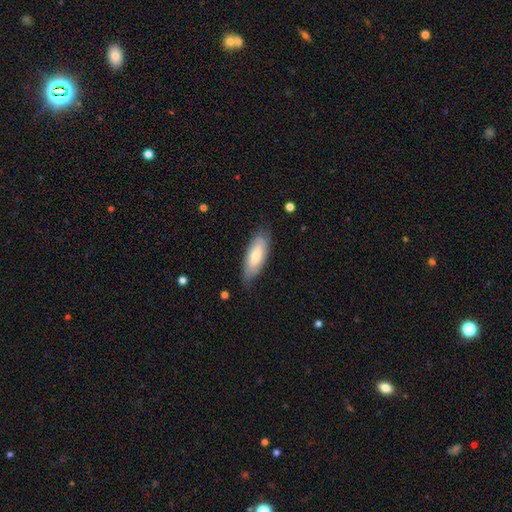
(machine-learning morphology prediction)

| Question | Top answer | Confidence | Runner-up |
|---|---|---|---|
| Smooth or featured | smooth | 69% | featured or disk (26%) |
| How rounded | in between | 75% | cigar-shaped (23%) |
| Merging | none | 72% | minor disturbance (22%) |